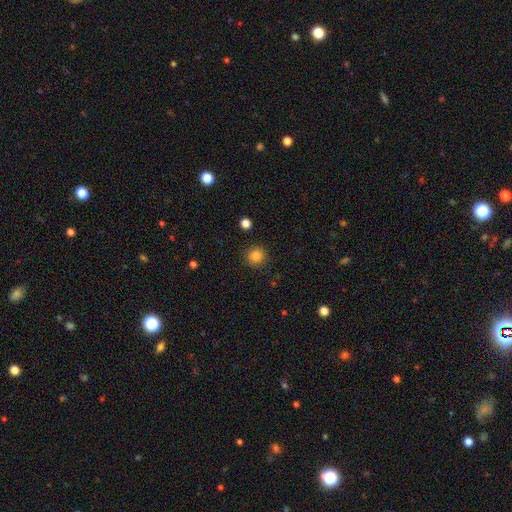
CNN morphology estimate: smooth_or_featured: smooth (p=0.83) [alt: star or artifact p=0.12]
how_rounded: round (p=0.93) [alt: in between p=0.06]
merging: none (p=0.90) [alt: minor disturbance p=0.06]